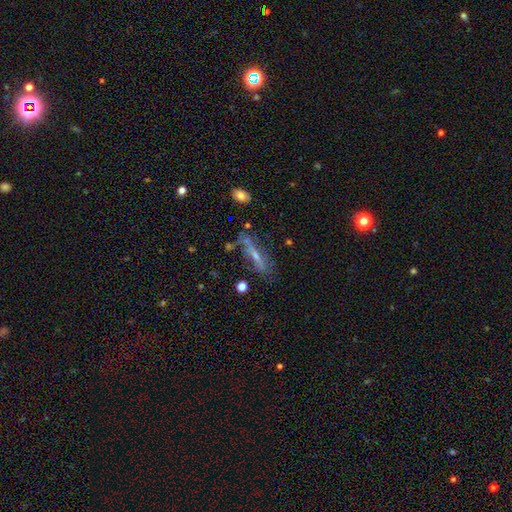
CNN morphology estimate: Overall: featured or disk (59%; smooth 28%). Edge-on disk: yes (63%; no 37%). Merging: none (62%).